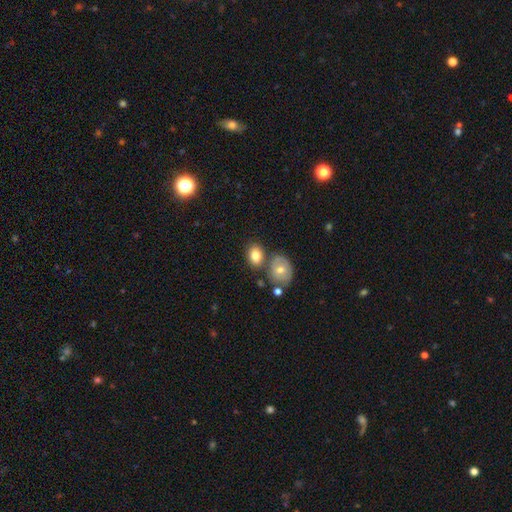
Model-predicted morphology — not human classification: Smooth or featured: smooth — 79% (featured or disk — 13%)
How rounded: in between — 71% (round — 28%)
Merging: none — 59% (merger — 22%)